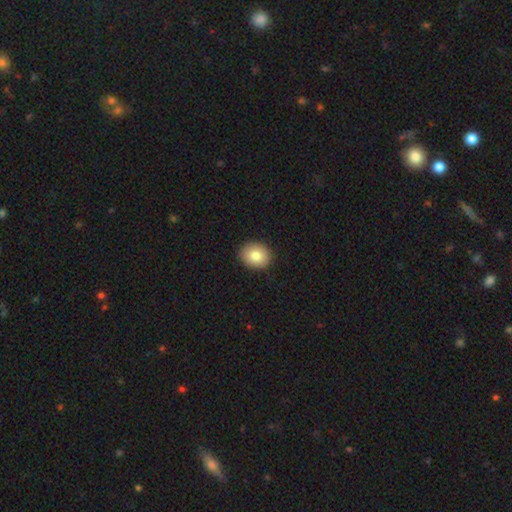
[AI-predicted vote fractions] Smooth or featured? smooth (83%)
How rounded? round (58%)
Merging? none (90%)